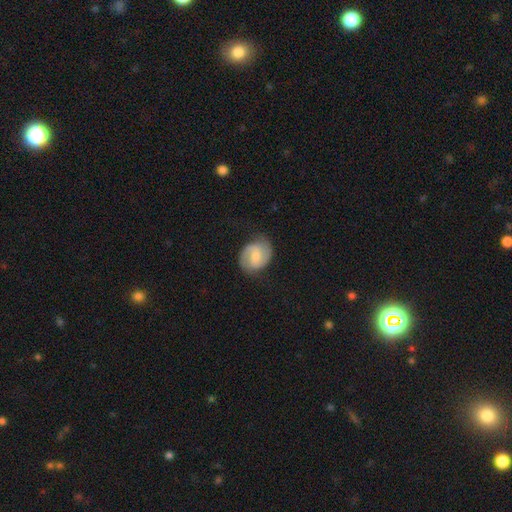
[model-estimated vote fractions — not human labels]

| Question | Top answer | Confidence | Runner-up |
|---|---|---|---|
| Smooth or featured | featured or disk | 76% | smooth (18%) |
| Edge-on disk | no | 98% | yes (2%) |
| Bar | weak | 52% | no (36%) |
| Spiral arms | yes | 95% | no (5%) |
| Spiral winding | medium | 50% | tight (34%) |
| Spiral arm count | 2 | 90% | can't tell (5%) |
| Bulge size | moderate | 51% | small (34%) |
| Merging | none | 76% | minor disturbance (17%) |